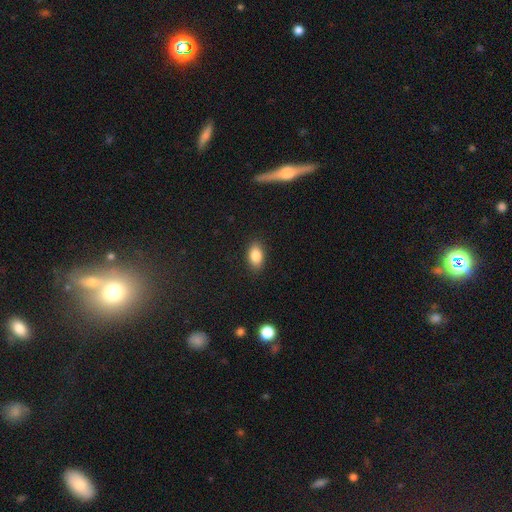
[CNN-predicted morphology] The model was most divided on "smooth or featured": smooth: 84%, star or artifact: 8%, featured or disk: 7%. More confident: how rounded — in between (89%); merging — none (88%).